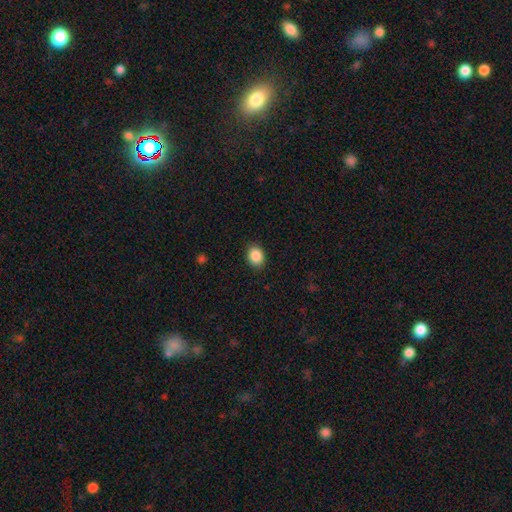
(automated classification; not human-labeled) smooth 88%, star or artifact 8%, featured or disk 3%. Down the decision tree: how rounded — round (50%, tied with in between); merging — none (89%).